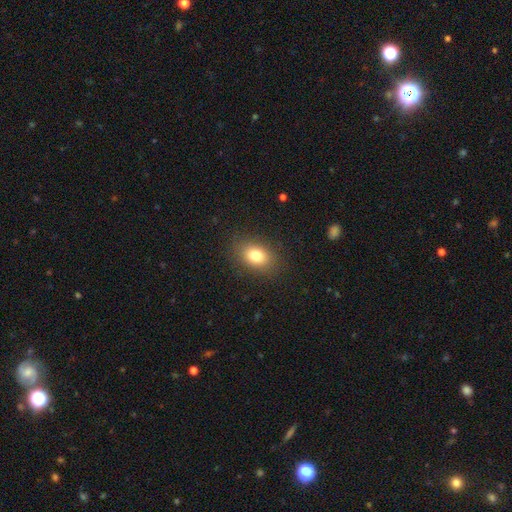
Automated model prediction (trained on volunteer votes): Morphology: type=smooth (80%); roundness=in between (79%); merging=none (86%).